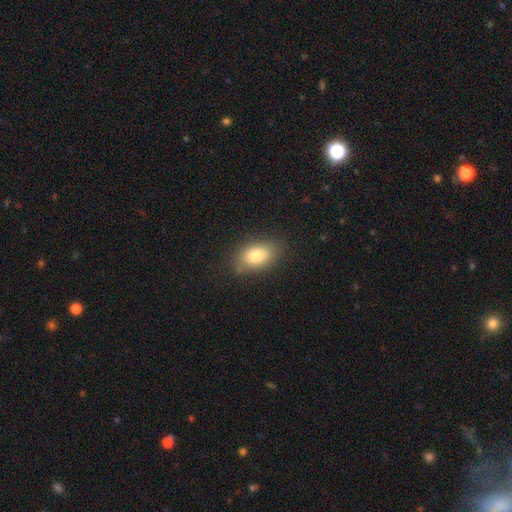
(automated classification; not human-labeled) Morphology: type=smooth (79%); roundness=in between (87%); merging=none (79%).